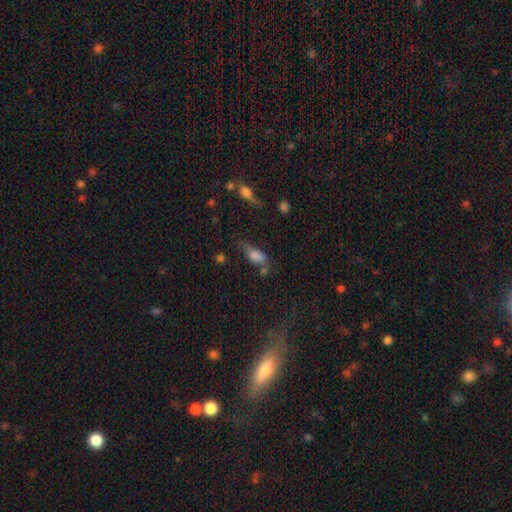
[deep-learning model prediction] smooth 74%, featured or disk 15%, star or artifact 12%. Down the decision tree: how rounded — in between (80%); merging — none (38%).